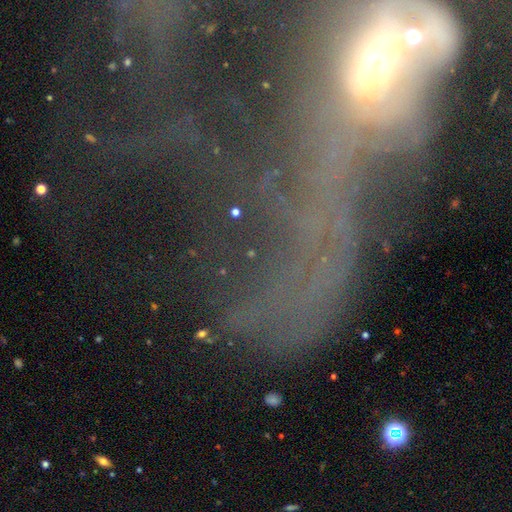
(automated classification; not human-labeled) This appears to be a featured or disk galaxy (50%). Merging: major disturbance (48%).